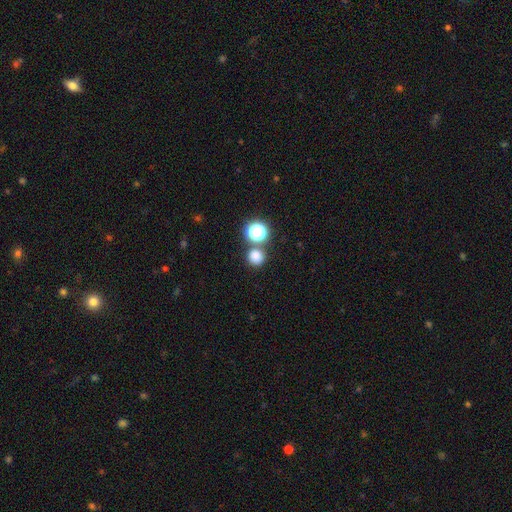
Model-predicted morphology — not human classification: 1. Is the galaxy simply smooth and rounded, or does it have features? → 77% smooth, 18% star or artifact, 5% featured or disk.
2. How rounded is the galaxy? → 90% round, 9% in between, 1% cigar-shaped.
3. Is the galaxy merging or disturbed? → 75% none, 15% merger, 7% minor disturbance, 3% major disturbance.